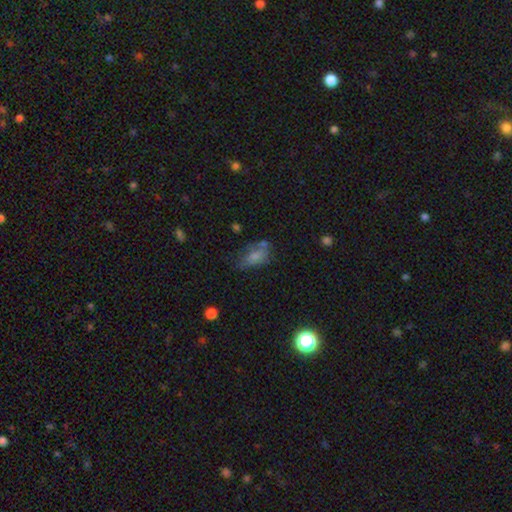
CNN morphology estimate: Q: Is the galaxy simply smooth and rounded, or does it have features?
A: smooth — 67%.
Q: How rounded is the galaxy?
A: in between — 83%.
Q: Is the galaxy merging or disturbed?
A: none — 43%.